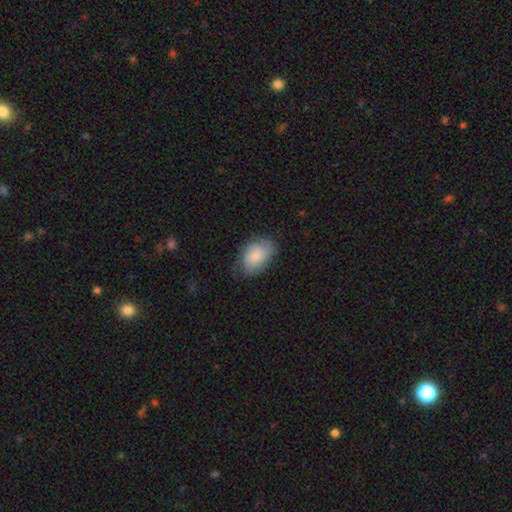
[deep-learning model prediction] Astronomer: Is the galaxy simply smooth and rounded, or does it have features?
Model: smooth — 75%.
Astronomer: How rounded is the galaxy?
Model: in between — 86%.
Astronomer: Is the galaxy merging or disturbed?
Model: none — 67%.